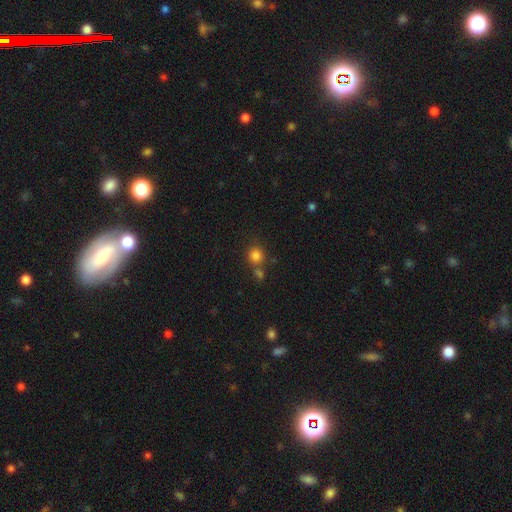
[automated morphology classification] A smooth galaxy with no disk features (82%) that is round (87%). Merging: none (67%).